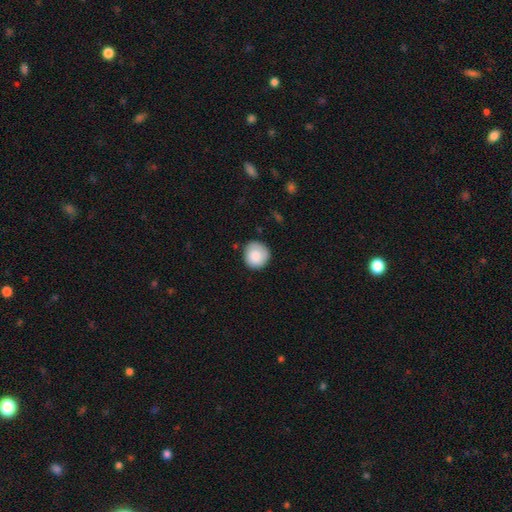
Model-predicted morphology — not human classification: Overall: smooth (86%). How rounded: round (92%). Merging: none (81%).